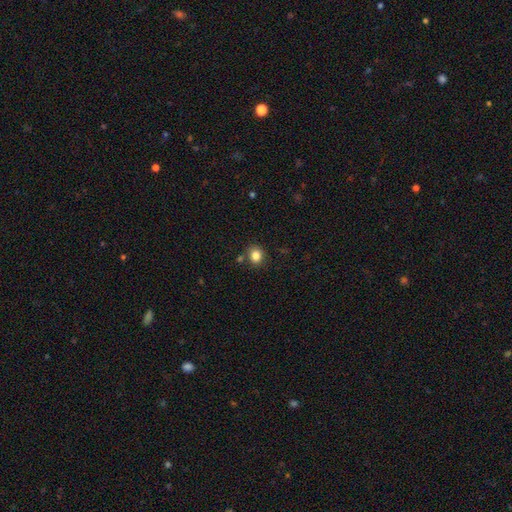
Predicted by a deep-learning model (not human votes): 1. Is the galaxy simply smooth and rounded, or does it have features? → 83% smooth, 11% star or artifact, 6% featured or disk.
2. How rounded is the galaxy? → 77% round, 22% in between, 1% cigar-shaped.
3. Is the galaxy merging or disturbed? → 80% none, 10% minor disturbance, 7% merger, 3% major disturbance.